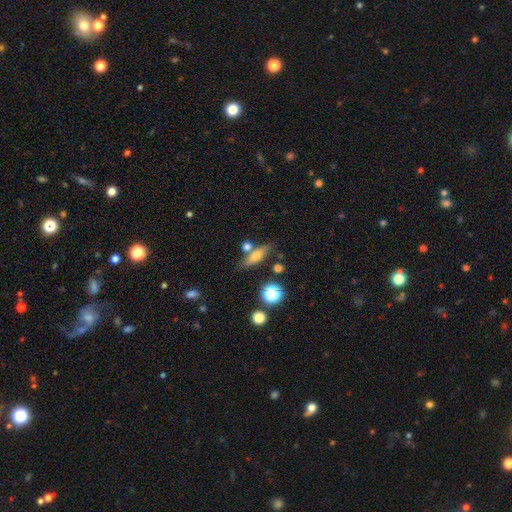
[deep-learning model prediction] A smooth galaxy with no disk features (59%) that is cigar-shaped (47%).

Vote fractions:
- Smooth or featured? smooth: 59% / featured or disk: 31% / star or artifact: 10%
- How rounded? cigar-shaped: 47% / in between: 46% / round: 7%
- Merging? none: 67% / merger: 14% / minor disturbance: 14% / major disturbance: 5%